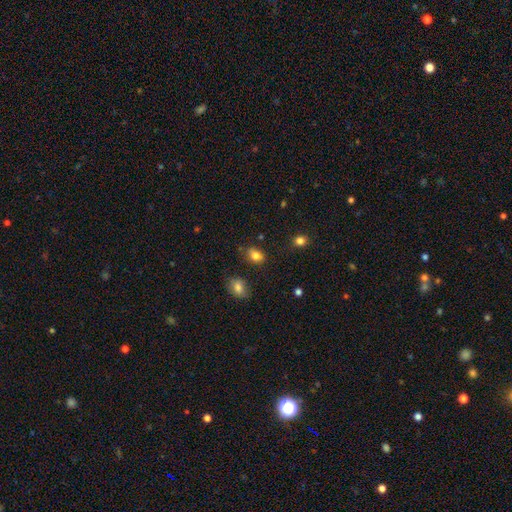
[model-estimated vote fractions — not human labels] smooth_or_featured: smooth (p=0.82) [alt: star or artifact p=0.10]
how_rounded: in between (p=0.74) [alt: round p=0.25]
merging: none (p=0.74) [alt: minor disturbance p=0.19]